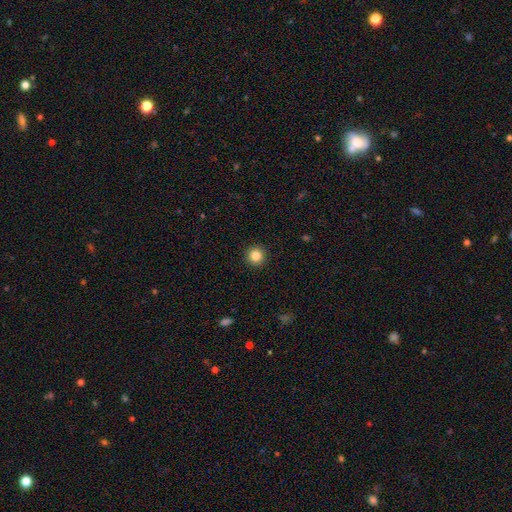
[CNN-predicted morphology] The model was most divided on "smooth or featured": smooth: 84%, star or artifact: 11%, featured or disk: 5%. More confident: how rounded — round (95%); merging — none (93%).